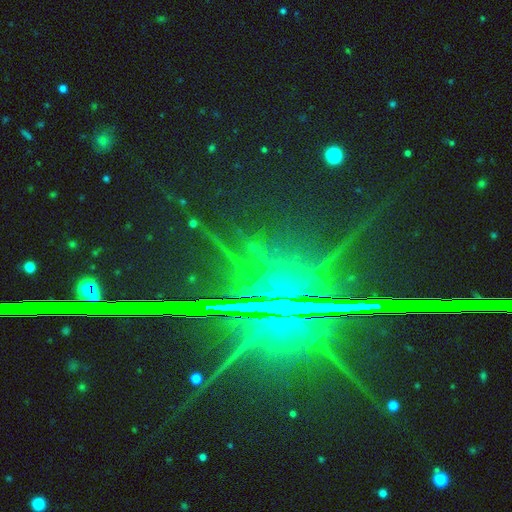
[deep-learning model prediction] This is likely a star or artifact rather than a galaxy (75%).